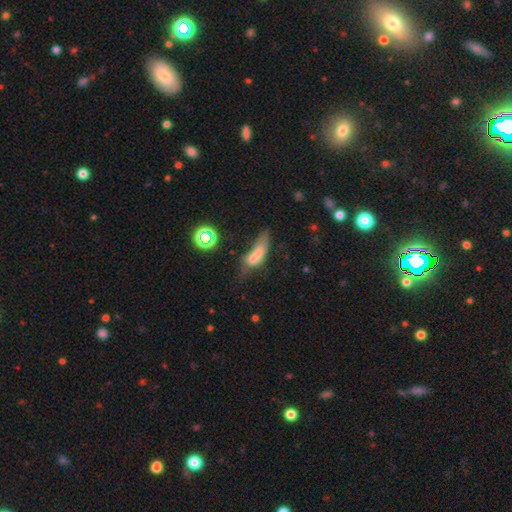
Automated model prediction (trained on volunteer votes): Smooth or featured? smooth (61%)
How rounded? in between (56%)
Merging? major disturbance (35%)